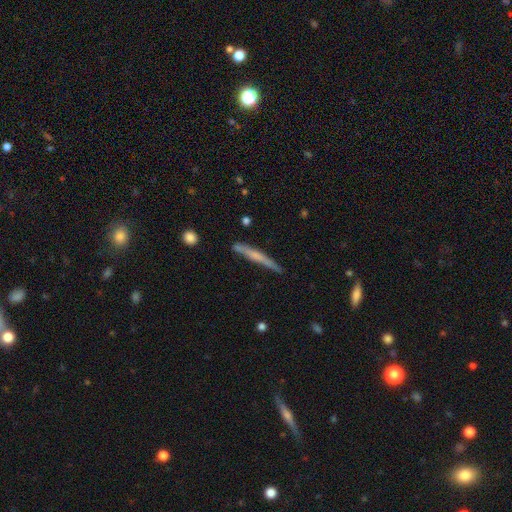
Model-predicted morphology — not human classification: Smooth or featured? featured or disk (49%)
Merging? none (82%)